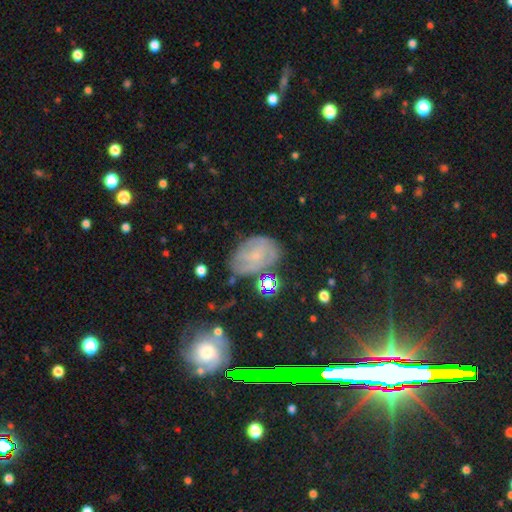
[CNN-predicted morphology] This is possibly a featured or disk galaxy (53%). It is clearly not viewed edge-on (95%). Merging: likely none (67%).